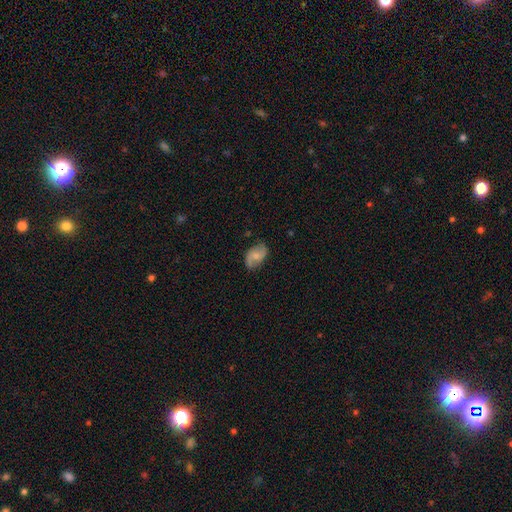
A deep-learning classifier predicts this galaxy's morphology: This appears to be a featured or disk galaxy (52%). Merging: none (74%).